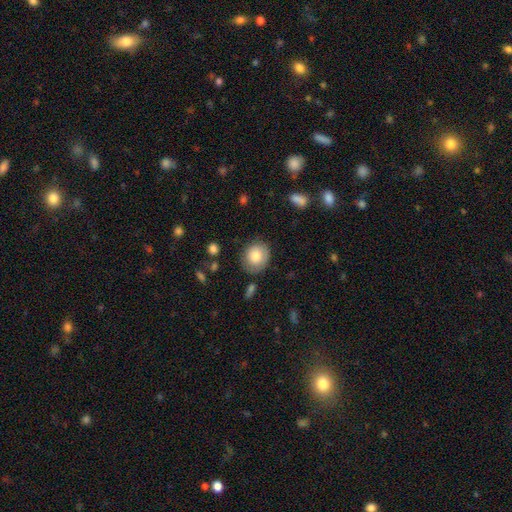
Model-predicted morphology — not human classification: Overall: smooth (79%). How rounded: round (68%; in between 31%). Merging: none (78%).